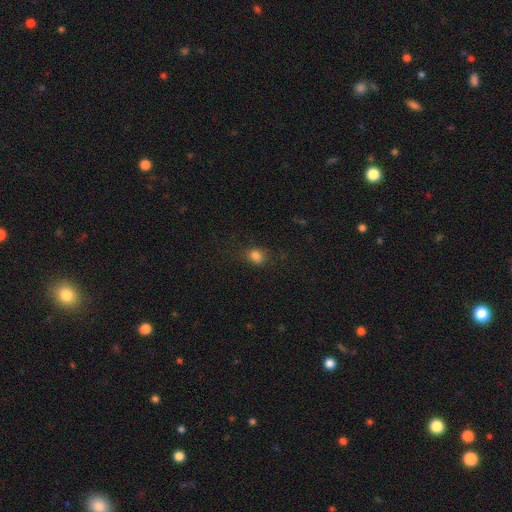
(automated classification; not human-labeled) Smooth or featured? smooth (80%)
How rounded? in between (54%)
Merging? none (68%)